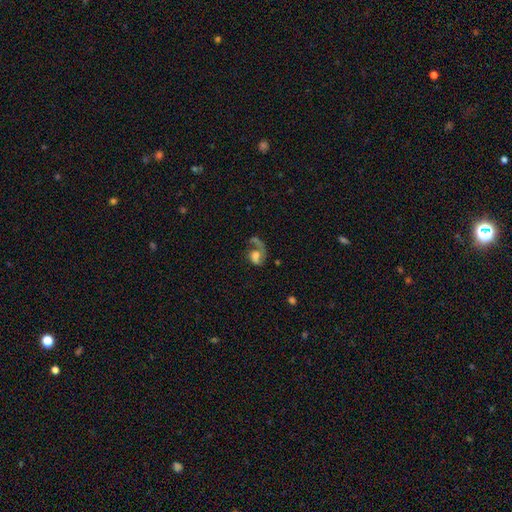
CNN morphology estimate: Overall: featured or disk (60%; smooth 30%). Edge-on disk: no (97%). Bar: no (63%; weak 28%). Spiral arms: yes (78%). Bulge size: moderate (34%; large 28%). Merging: major disturbance (42%; none 29%).